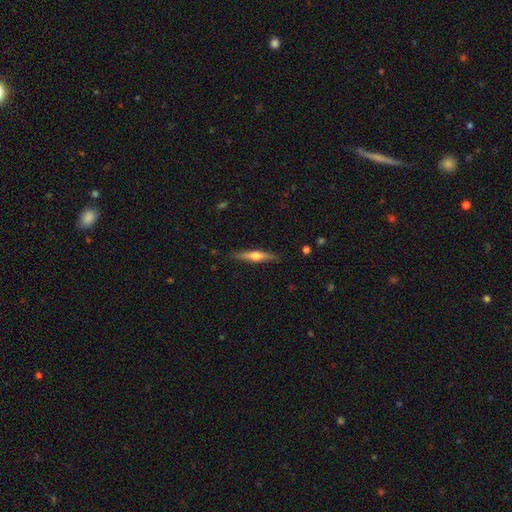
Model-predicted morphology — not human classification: The model was most divided on "smooth or featured": featured or disk: 55%, smooth: 39%, star or artifact: 6%. More confident: edge-on disk — yes (96%); edge-on bulge — rounded (88%); merging — none (87%).